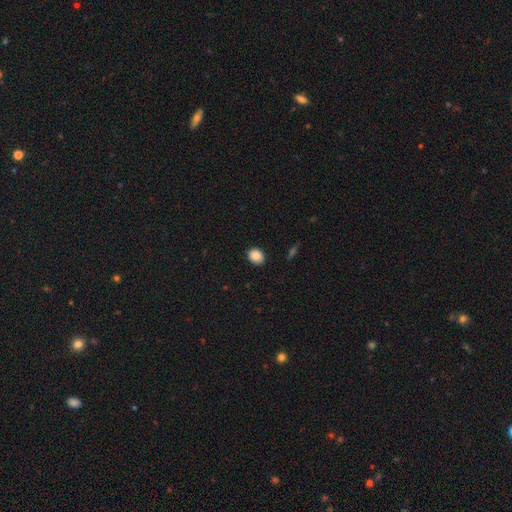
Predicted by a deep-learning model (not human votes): A smooth galaxy with no disk features (88%) that is round (54%). Merging: none (88%).